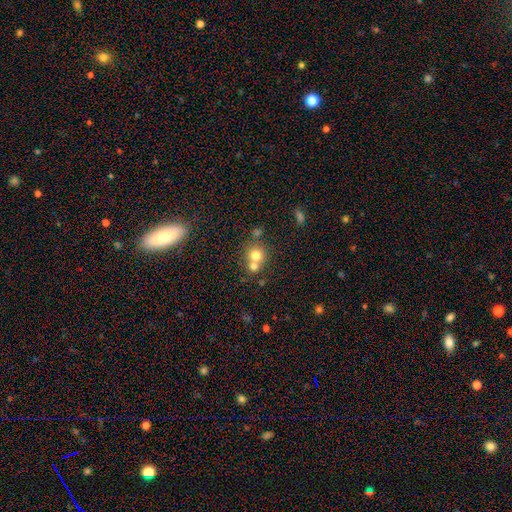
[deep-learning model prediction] smooth-or-featured: smooth: 74% | featured or disk: 14% | star or artifact: 13%
  how-rounded: round: 86% | in between: 14% | cigar-shaped: 1%
  merging: merger: 49% | none: 43% | minor disturbance: 6% | major disturbance: 3%